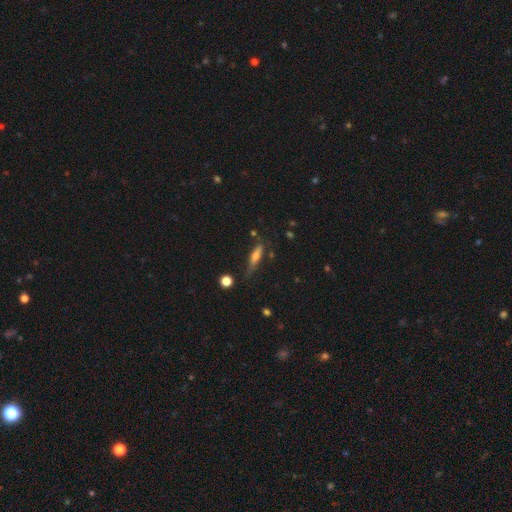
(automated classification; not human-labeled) The model was most divided on "smooth or featured": smooth: 55%, featured or disk: 37%, star or artifact: 9%. More confident: how rounded — cigar-shaped (75%); merging — none (66%).